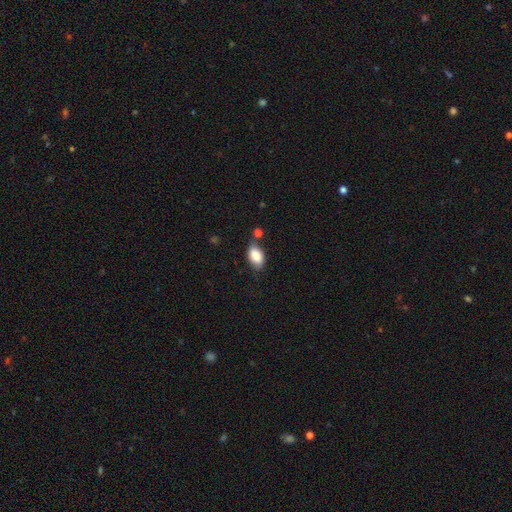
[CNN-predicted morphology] Smooth or featured: smooth — 85% (featured or disk — 8%)
How rounded: in between — 91% (round — 7%)
Merging: none — 63% (minor disturbance — 21%)